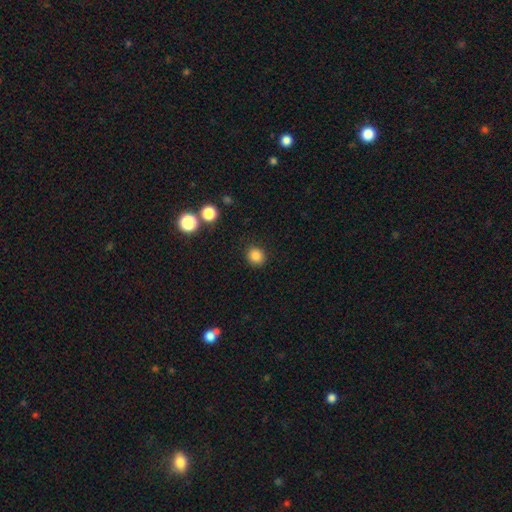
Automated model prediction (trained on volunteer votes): Smooth or featured? smooth (84%)
How rounded? round (84%)
Merging? none (90%)